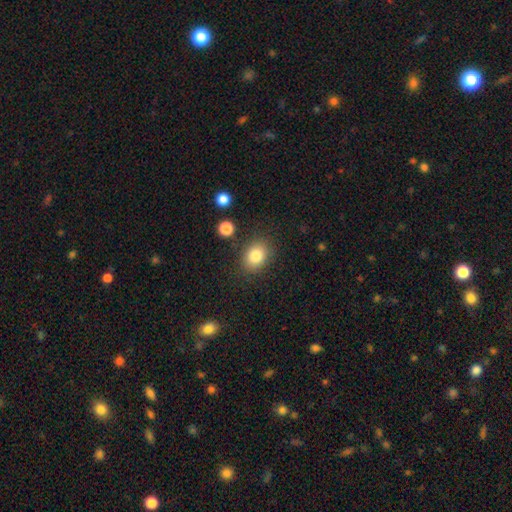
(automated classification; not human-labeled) Smooth or featured?
  - smooth: 83% *
  - star or artifact: 9%
  - featured or disk: 7%
How rounded?
  - in between: 55% *
  - round: 44%
  - cigar-shaped: 1%
Merging?
  - none: 83% *
  - minor disturbance: 11%
  - major disturbance: 4%
  - merger: 3%